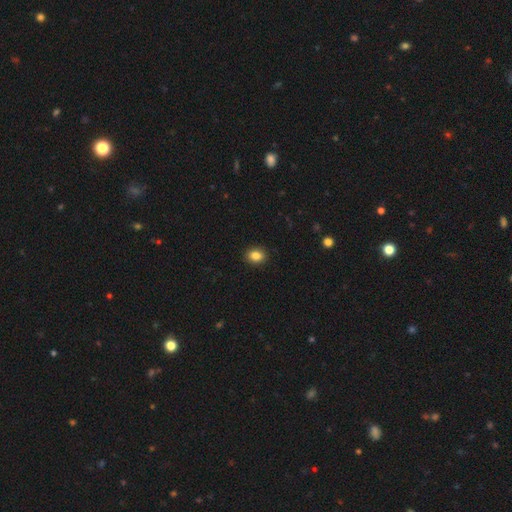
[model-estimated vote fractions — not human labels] The model was most divided on "how rounded": in between: 53%, round: 46%, cigar-shaped: 1%. More confident: merging — none (91%); smooth or featured — smooth (86%).